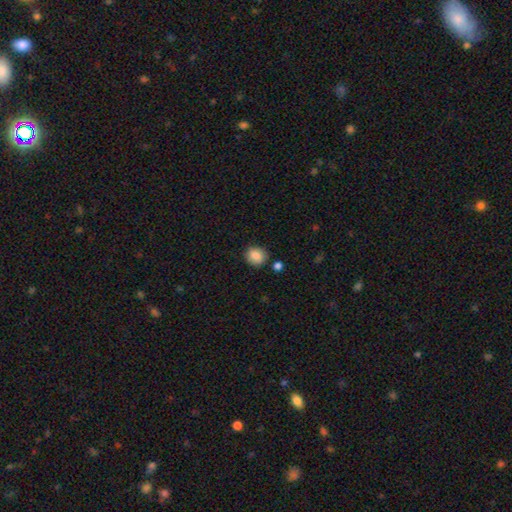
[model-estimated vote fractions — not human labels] Smooth or featured?
  - smooth: 87% *
  - star or artifact: 9%
  - featured or disk: 4%
How rounded?
  - round: 77% *
  - in between: 22%
  - cigar-shaped: 1%
Merging?
  - none: 80% *
  - minor disturbance: 13%
  - merger: 4%
  - major disturbance: 3%